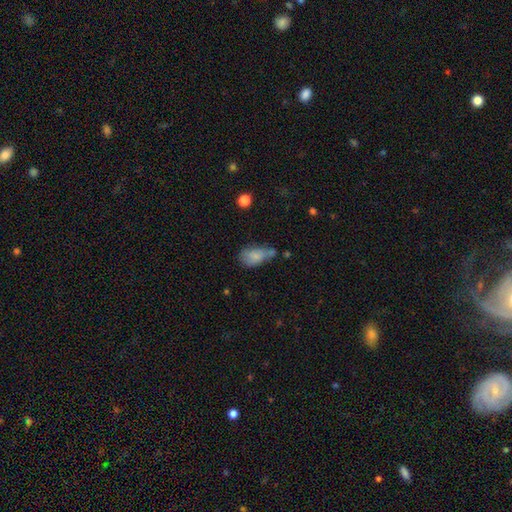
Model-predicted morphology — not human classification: This appears to be a smooth galaxy with no disk features (74%) that is in between round and cigar-shaped (86%). Merging: minor disturbance (31%, tied with none).